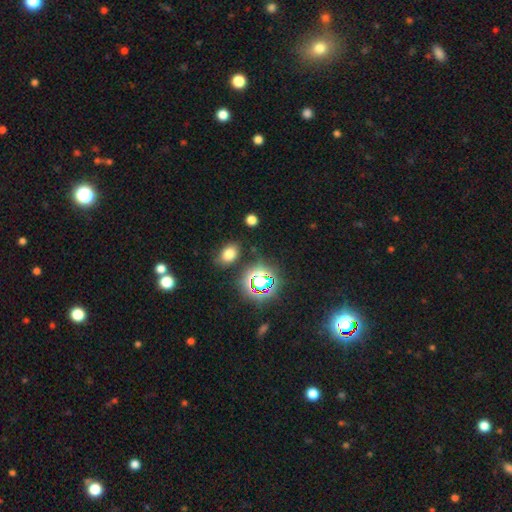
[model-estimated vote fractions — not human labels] A star or artifact, not a galaxy (69%).